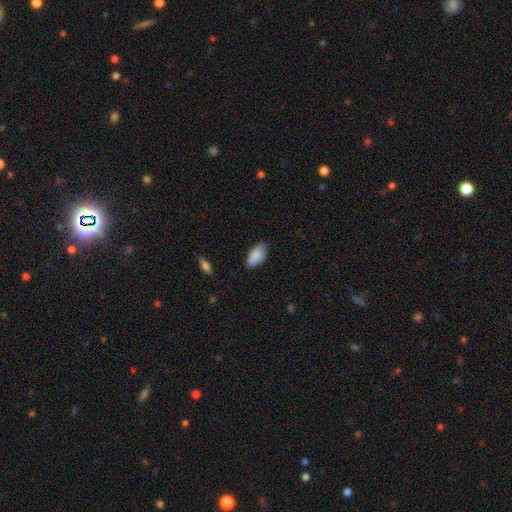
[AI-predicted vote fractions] Smooth or featured?
  - smooth: 85% *
  - featured or disk: 8%
  - star or artifact: 7%
How rounded?
  - in between: 93% *
  - cigar-shaped: 4%
  - round: 3%
Merging?
  - none: 70% *
  - minor disturbance: 25%
  - major disturbance: 4%
  - merger: 2%